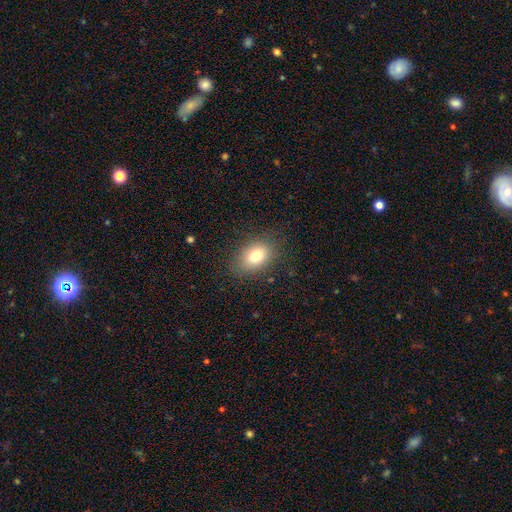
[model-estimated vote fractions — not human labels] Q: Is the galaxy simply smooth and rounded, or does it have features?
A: smooth — 78%.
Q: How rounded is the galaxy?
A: in between — 77%.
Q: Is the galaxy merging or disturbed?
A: none — 84%.